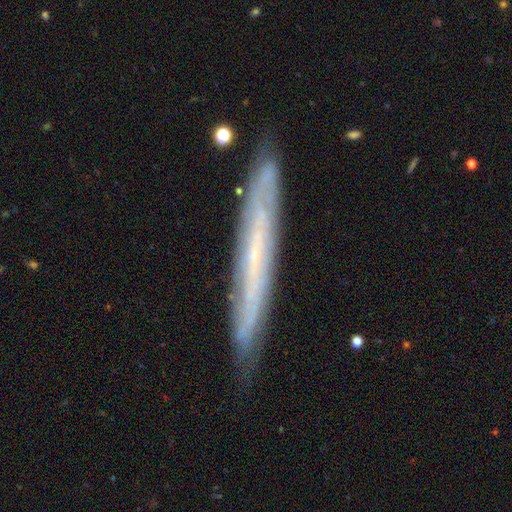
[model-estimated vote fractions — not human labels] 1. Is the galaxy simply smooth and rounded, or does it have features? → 64% featured or disk, 28% smooth, 8% star or artifact.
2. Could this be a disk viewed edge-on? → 81% yes, 19% no.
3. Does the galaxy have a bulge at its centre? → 82% none, 14% rounded, 3% boxy.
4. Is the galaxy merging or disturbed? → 84% none, 12% minor disturbance, 2% major disturbance, 2% merger.